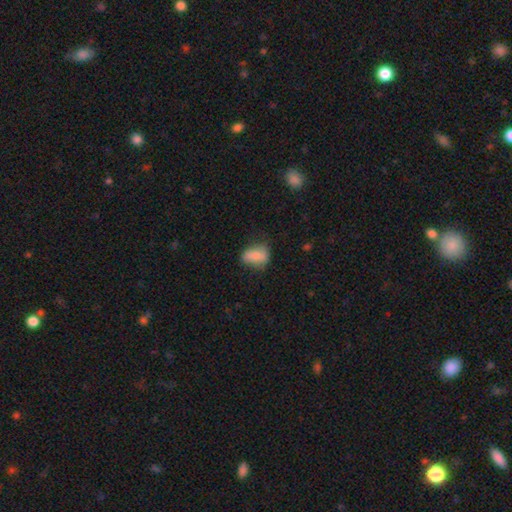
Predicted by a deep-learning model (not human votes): A smooth galaxy with no disk features (75%) that is in between round and cigar-shaped (82%).

Vote fractions:
- Smooth or featured? smooth: 75% / featured or disk: 17% / star or artifact: 9%
- How rounded? in between: 82% / round: 14% / cigar-shaped: 3%
- Merging? none: 52% / minor disturbance: 33% / major disturbance: 13% / merger: 2%